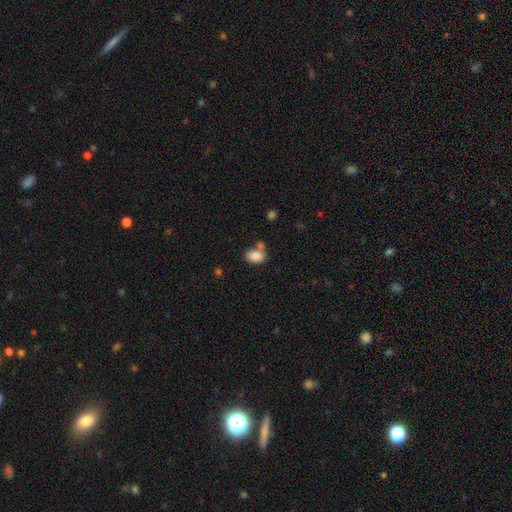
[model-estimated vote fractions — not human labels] smooth 86%, star or artifact 8%, featured or disk 5%. Down the decision tree: how rounded — in between (84%); merging — none (56%).